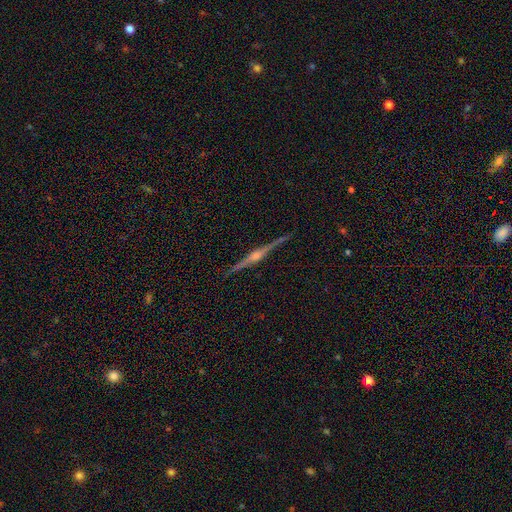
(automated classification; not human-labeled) A featured or disk galaxy (88%) viewed edge-on (99%) with a rounded central bulge (89%).

Vote fractions:
- Smooth or featured? featured or disk: 88% / smooth: 6% / star or artifact: 6%
- Edge-on disk? yes: 99% / no: 1%
- Edge-on bulge? rounded: 89% / boxy: 7% / none: 4%
- Merging? none: 92% / minor disturbance: 6% / major disturbance: 1% / merger: 1%